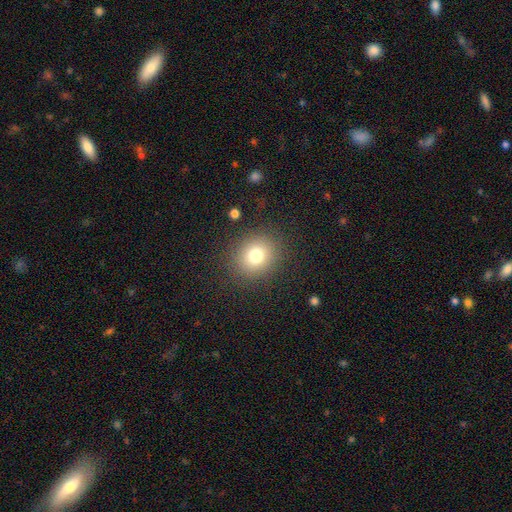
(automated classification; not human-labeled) smooth 77%, star or artifact 14%, featured or disk 10%. Down the decision tree: how rounded — round (78%); merging — none (87%).